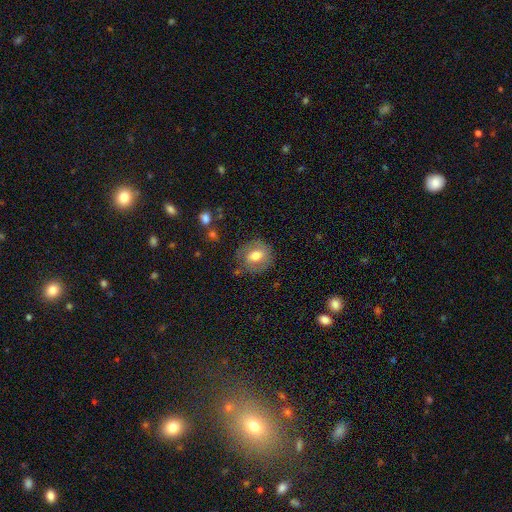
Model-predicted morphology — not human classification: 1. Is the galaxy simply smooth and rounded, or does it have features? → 62% smooth, 30% featured or disk, 8% star or artifact.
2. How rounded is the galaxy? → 64% round, 35% in between, 1% cigar-shaped.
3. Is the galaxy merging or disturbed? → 70% none, 20% minor disturbance, 8% major disturbance, 2% merger.